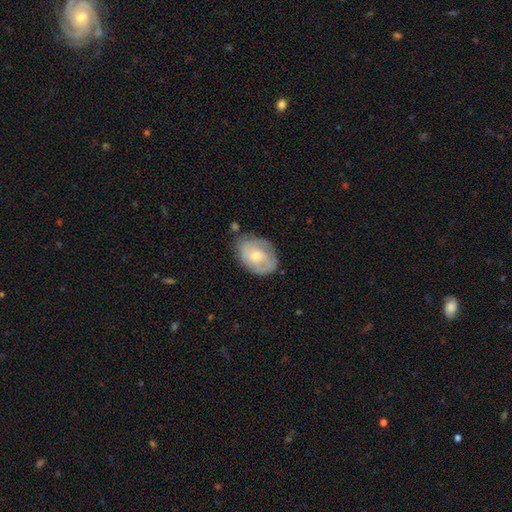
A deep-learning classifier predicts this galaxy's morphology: Smooth or featured? Predicted: featured or disk (p=0.50). Merging? Predicted: none (p=0.65).